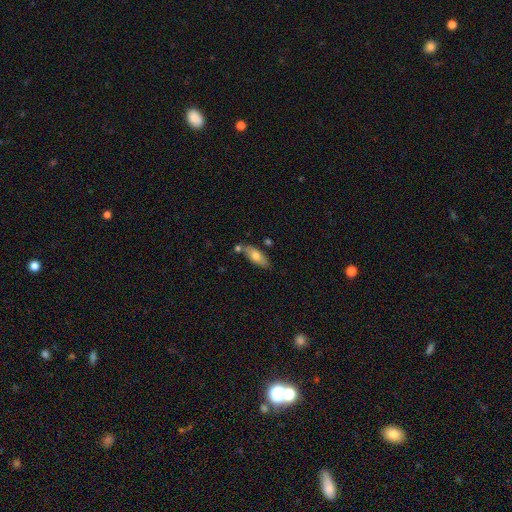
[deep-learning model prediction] Overall: smooth (68%). How rounded: in between (73%). Merging: none (69%).